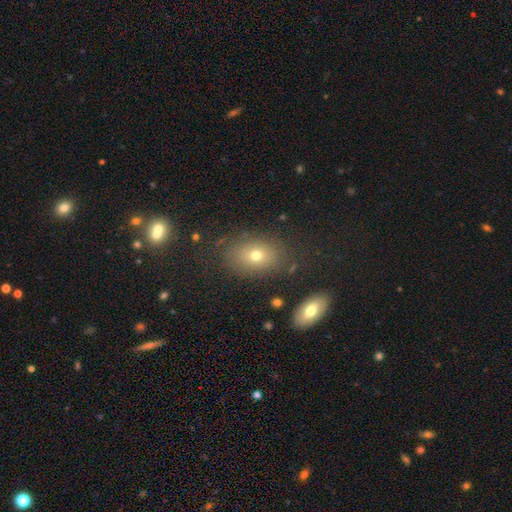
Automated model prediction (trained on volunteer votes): This appears to be a smooth galaxy with no disk features (67%) that is in between round and cigar-shaped (76%). Merging: none (78%).